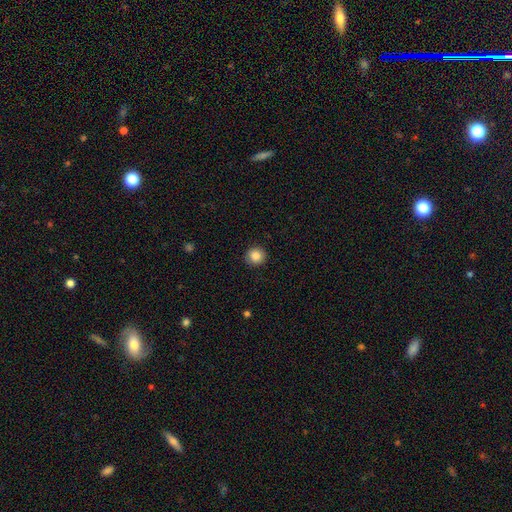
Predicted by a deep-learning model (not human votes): Smooth or featured? Predicted: smooth (p=0.85). How rounded? Predicted: round (p=0.93). Merging? Predicted: none (p=0.92).